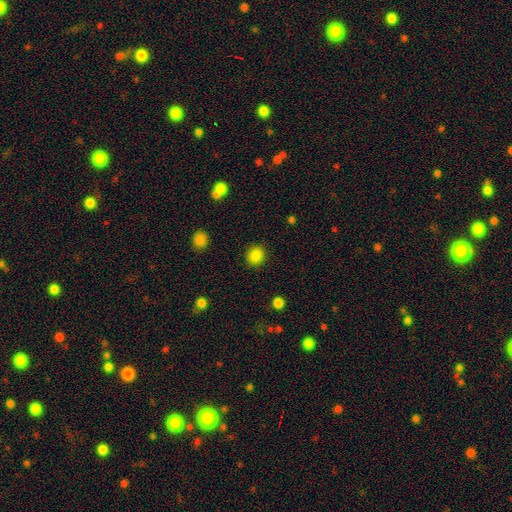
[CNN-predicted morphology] Overall: smooth (86%). How rounded: round (82%). Merging: none (90%).